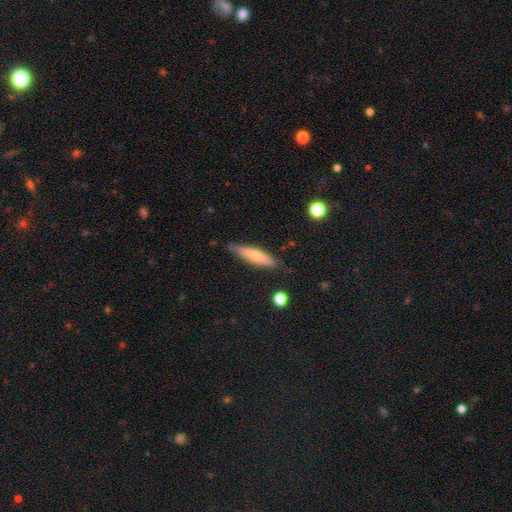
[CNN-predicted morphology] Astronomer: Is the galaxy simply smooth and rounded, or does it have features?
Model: smooth — 62%.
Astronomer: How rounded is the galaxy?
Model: cigar-shaped — 79%.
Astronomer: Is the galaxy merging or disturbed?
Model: none — 75%.